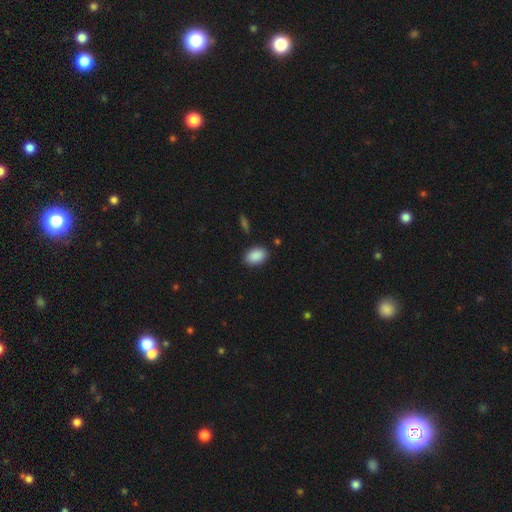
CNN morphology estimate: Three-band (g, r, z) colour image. It shows a smooth galaxy with no disk features (89%) that is in between round and cigar-shaped (87%). Merging: none (85%).